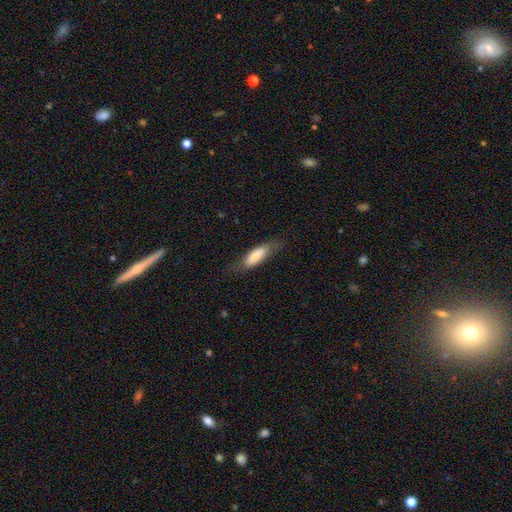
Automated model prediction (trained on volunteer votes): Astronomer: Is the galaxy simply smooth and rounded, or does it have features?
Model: smooth — 75%.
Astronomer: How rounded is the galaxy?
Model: in between — 51% (runner-up: cigar-shaped, 47%).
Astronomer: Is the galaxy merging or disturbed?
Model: none — 67%.